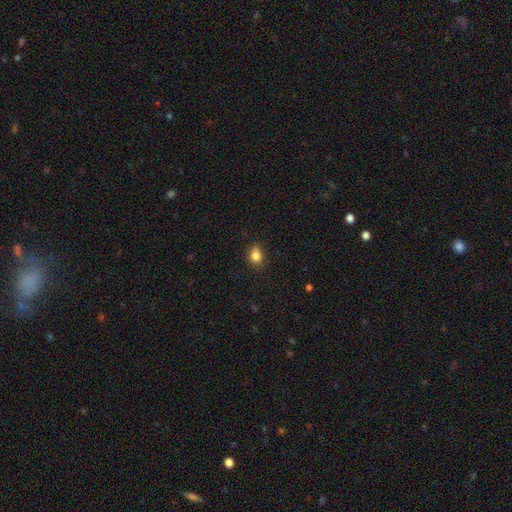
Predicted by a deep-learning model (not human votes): A smooth galaxy with no disk features (84%) that is in between round and cigar-shaped (60%).

Vote fractions:
- Smooth or featured? smooth: 84% / star or artifact: 10% / featured or disk: 6%
- How rounded? in between: 60% / round: 38% / cigar-shaped: 1%
- Merging? none: 75% / minor disturbance: 20% / major disturbance: 4% / merger: 2%